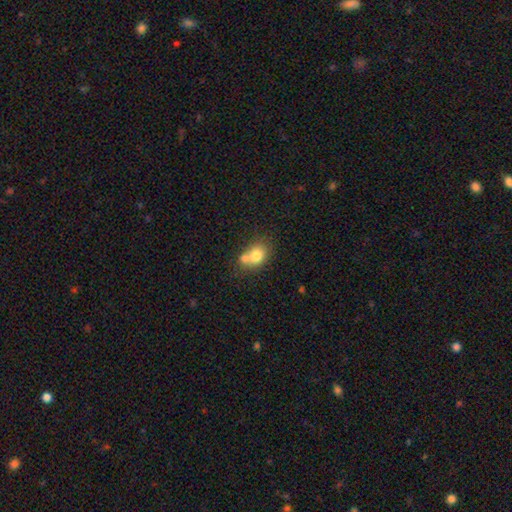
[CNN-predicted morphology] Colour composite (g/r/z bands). It shows a smooth galaxy with no disk features (74%) that is in between round and cigar-shaped (51%). Merging: merger (47%).